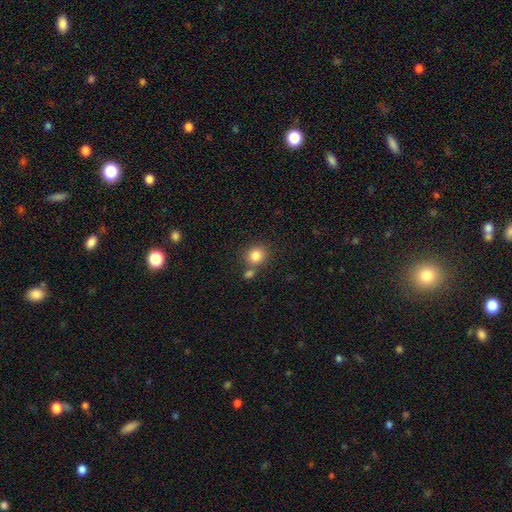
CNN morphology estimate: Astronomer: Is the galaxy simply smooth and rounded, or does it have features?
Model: smooth — 84%.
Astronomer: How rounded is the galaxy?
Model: round — 82%.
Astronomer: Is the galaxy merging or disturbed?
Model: none — 68%.